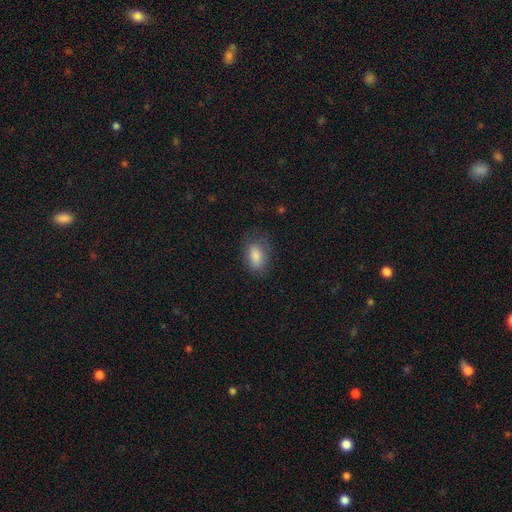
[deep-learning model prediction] Morphology: type=smooth (84%); roundness=in between (86%); merging=none (73%).